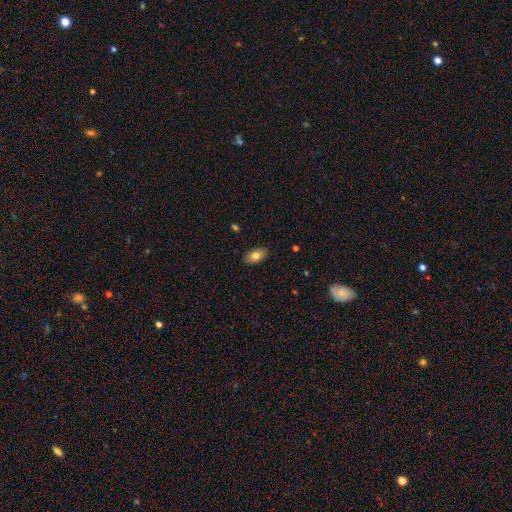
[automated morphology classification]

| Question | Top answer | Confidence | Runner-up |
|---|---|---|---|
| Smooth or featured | smooth | 81% | featured or disk (12%) |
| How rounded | in between | 93% | round (5%) |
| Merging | none | 89% | minor disturbance (9%) |